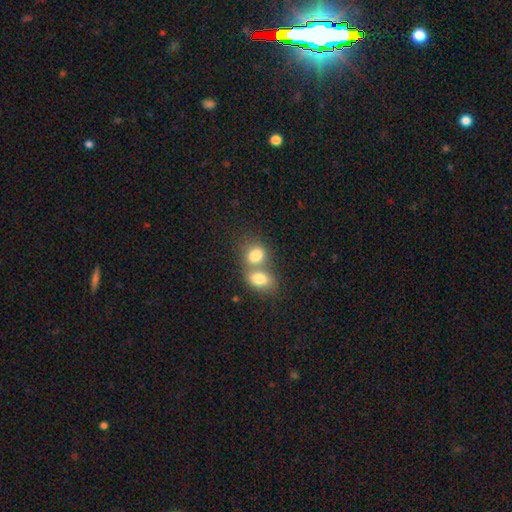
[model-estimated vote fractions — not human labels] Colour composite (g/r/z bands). It shows a smooth galaxy with no disk features (79%) that is in between round and cigar-shaped (62%). Merging: merger (65%).